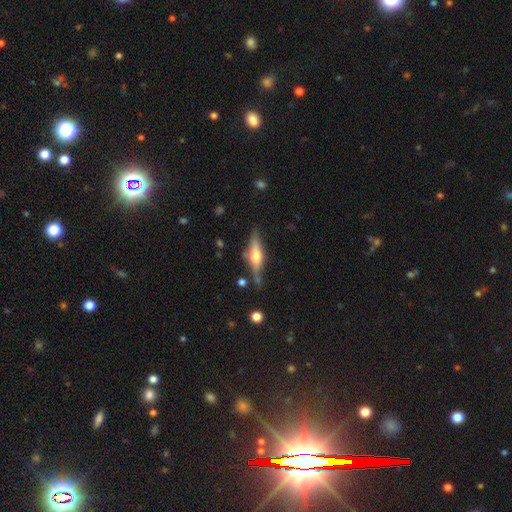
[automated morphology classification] type=featured or disk (58%); edge-on=yes (93%); edge-on bulge=rounded (88%); merging=none (74%).